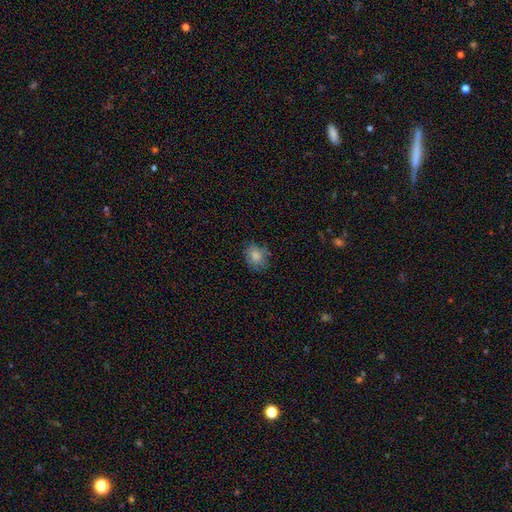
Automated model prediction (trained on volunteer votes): Overall: smooth (82%). How rounded: in between (58%; round 41%). Merging: none (75%).